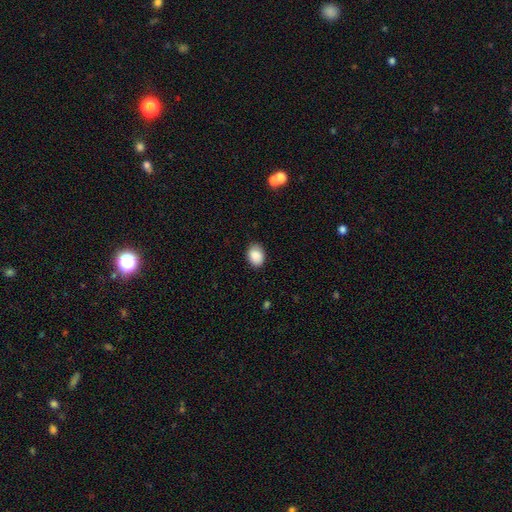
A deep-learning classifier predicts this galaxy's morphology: Smooth or featured: smooth — 87% (star or artifact — 8%)
How rounded: in between — 73% (round — 26%)
Merging: none — 86% (minor disturbance — 10%)